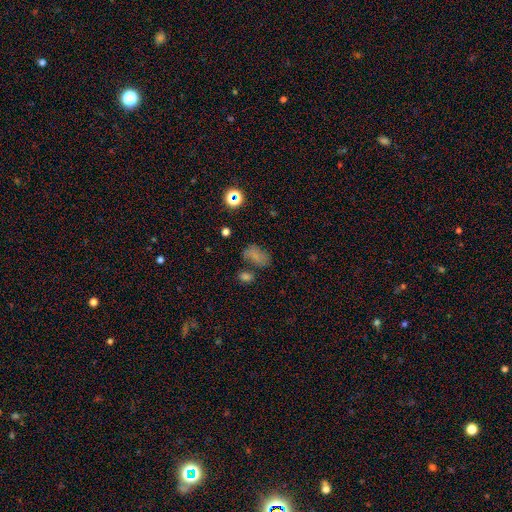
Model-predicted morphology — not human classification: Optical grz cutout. It shows a smooth galaxy with no disk features (65%) that is in between round and cigar-shaped (85%). Merging: none (51%).